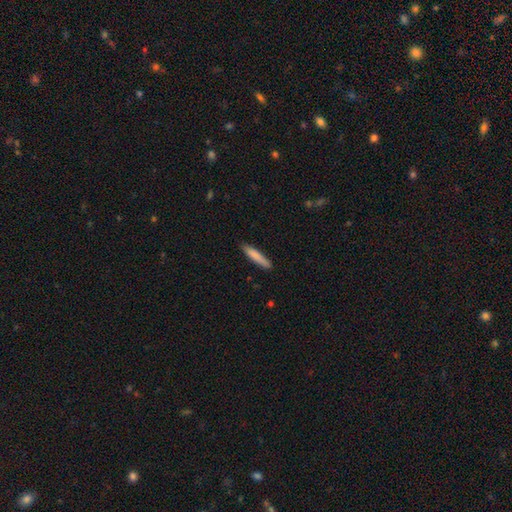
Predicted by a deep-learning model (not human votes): smooth_or_featured: smooth (p=0.83) [alt: featured or disk p=0.12]
how_rounded: cigar-shaped (p=0.89) [alt: in between p=0.10]
merging: none (p=0.86) [alt: minor disturbance p=0.11]